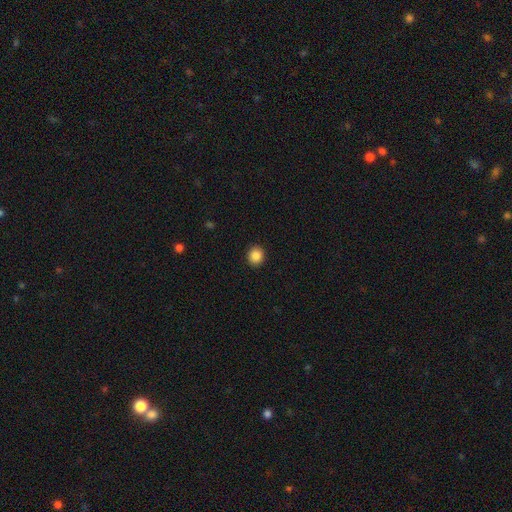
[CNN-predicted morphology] smooth-or-featured: smooth: 87% | star or artifact: 9% | featured or disk: 4%
  how-rounded: round: 85% | in between: 14% | cigar-shaped: 1%
  merging: none: 92% | minor disturbance: 5% | major disturbance: 2% | merger: 1%